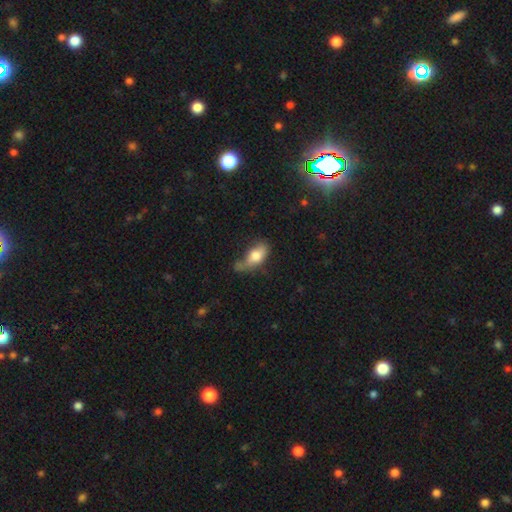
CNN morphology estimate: A smooth galaxy with no disk features (71%) that is in between round and cigar-shaped (83%).

Vote fractions:
- Smooth or featured? smooth: 71% / featured or disk: 21% / star or artifact: 8%
- How rounded? in between: 83% / cigar-shaped: 11% / round: 7%
- Merging? minor disturbance: 33% / none: 31% / major disturbance: 24% / merger: 12%